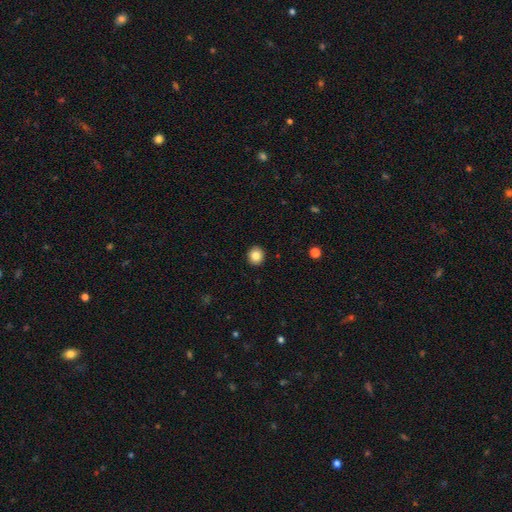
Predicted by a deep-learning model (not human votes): Overall: smooth (84%). How rounded: round (87%). Merging: none (92%).